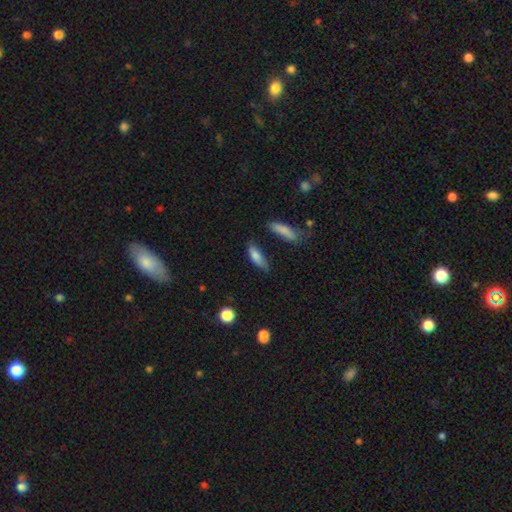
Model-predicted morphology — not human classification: smooth-or-featured: smooth: 78% | featured or disk: 14% | star or artifact: 8%
  how-rounded: in between: 50% | cigar-shaped: 48% | round: 3%
  merging: none: 62% | minor disturbance: 25% | major disturbance: 7% | merger: 6%